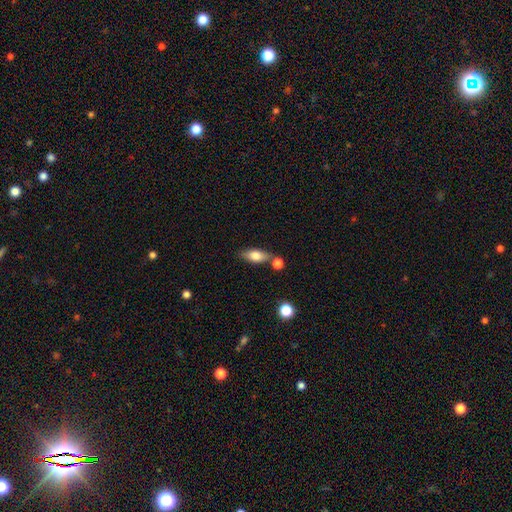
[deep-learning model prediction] A smooth galaxy with no disk features (73%) that is in between round and cigar-shaped (79%). Merging: none (66%).